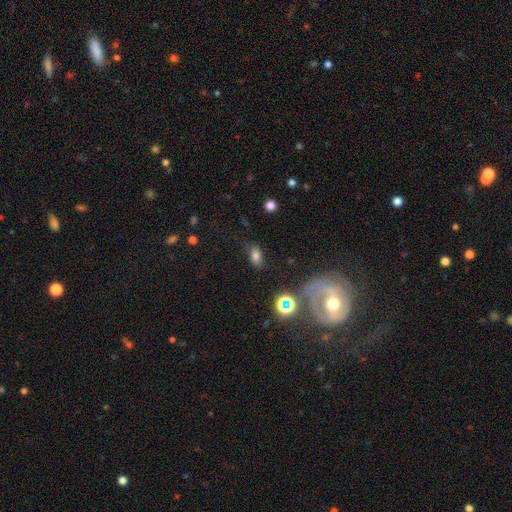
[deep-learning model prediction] Morphology: type=smooth (69%); roundness=in between (85%); merging=none (71%).